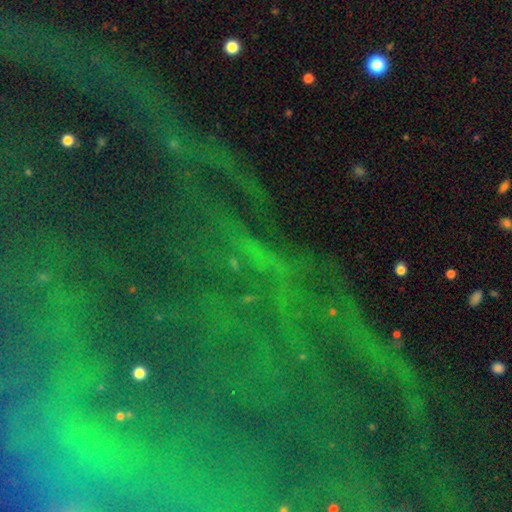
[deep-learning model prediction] smooth_or_featured: star or artifact (p=0.82) [alt: featured or disk p=0.10]